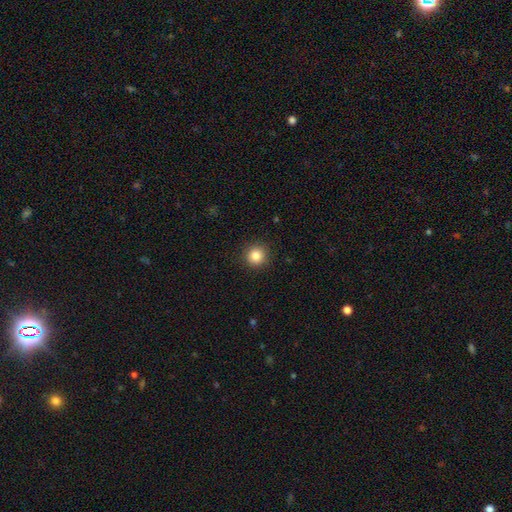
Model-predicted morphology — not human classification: Overall: smooth (85%). How rounded: round (94%). Merging: none (92%).